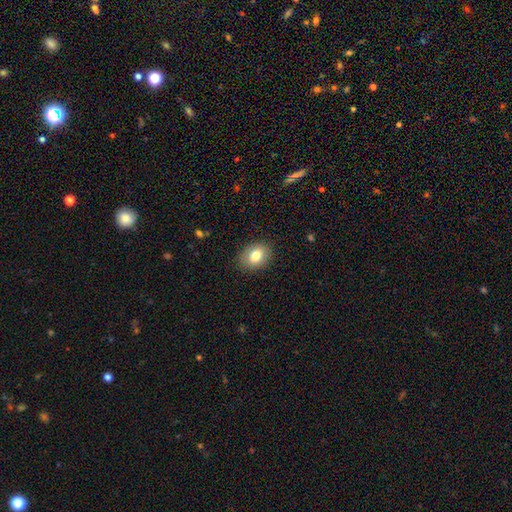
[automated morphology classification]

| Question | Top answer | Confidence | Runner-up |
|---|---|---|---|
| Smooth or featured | smooth | 81% | featured or disk (11%) |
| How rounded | in between | 64% | round (35%) |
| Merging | none | 88% | minor disturbance (9%) |